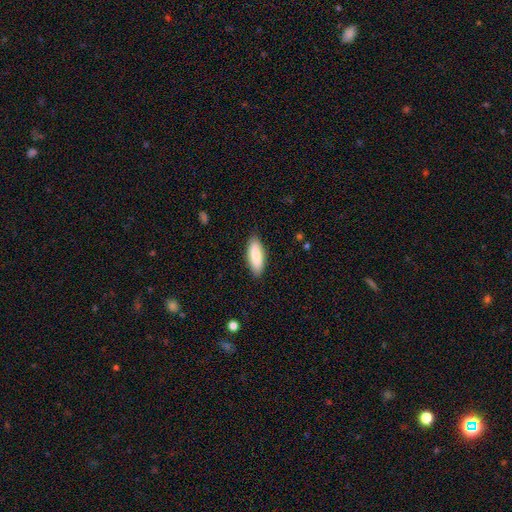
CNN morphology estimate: Smooth or featured?
  - smooth: 84% *
  - featured or disk: 10%
  - star or artifact: 5%
How rounded?
  - in between: 70% *
  - cigar-shaped: 28%
  - round: 2%
Merging?
  - none: 87% *
  - minor disturbance: 10%
  - major disturbance: 2%
  - merger: 1%